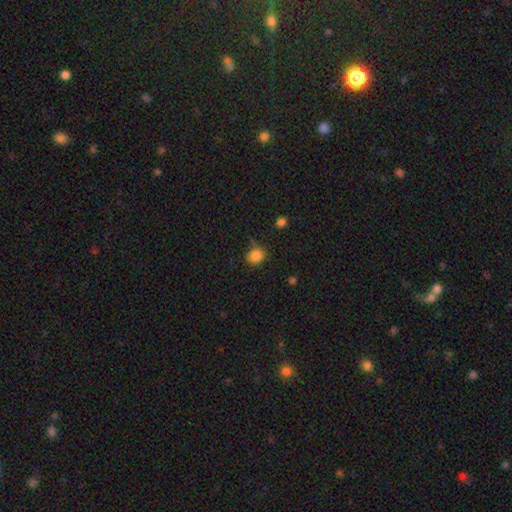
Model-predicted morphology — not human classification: Overall: smooth (85%). How rounded: round (79%). Merging: none (76%).